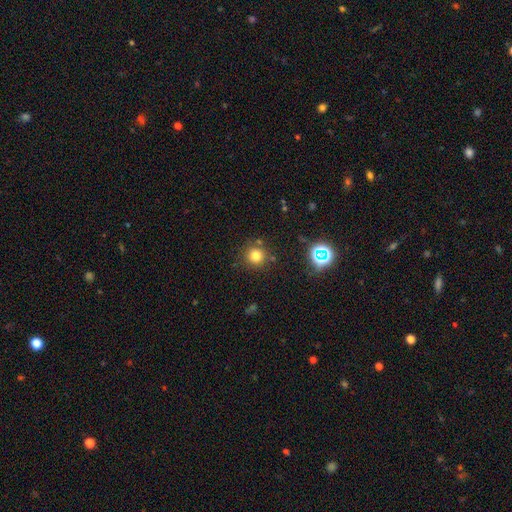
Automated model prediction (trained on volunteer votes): Morphology: type=smooth (75%); roundness=round (94%); merging=none (84%).